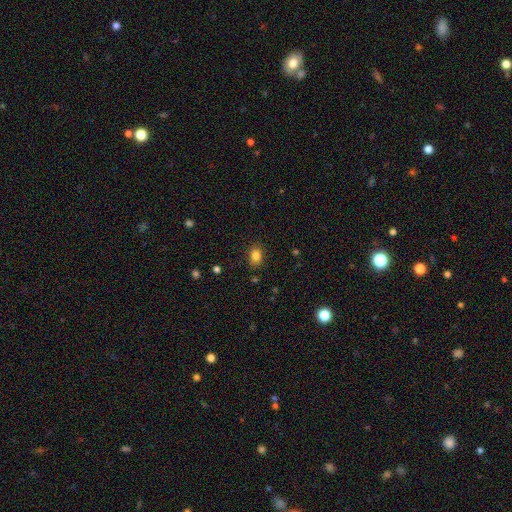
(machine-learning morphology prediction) smooth 84%, star or artifact 11%, featured or disk 5%. Down the decision tree: how rounded — in between (69%); merging — none (86%).